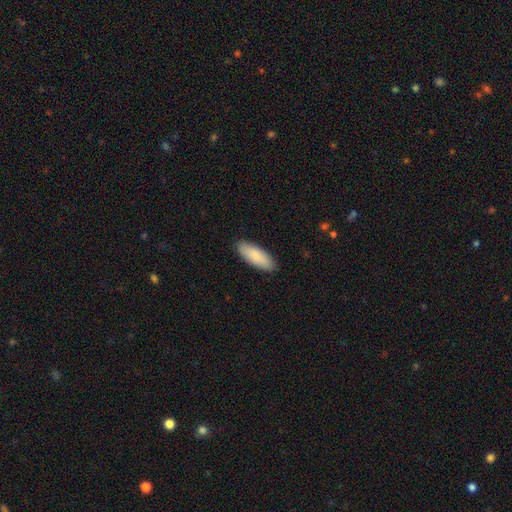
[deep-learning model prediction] smooth-or-featured: smooth: 87% | featured or disk: 7% | star or artifact: 5%
  how-rounded: in between: 71% | cigar-shaped: 28% | round: 2%
  merging: none: 90% | minor disturbance: 8% | major disturbance: 2% | merger: 1%